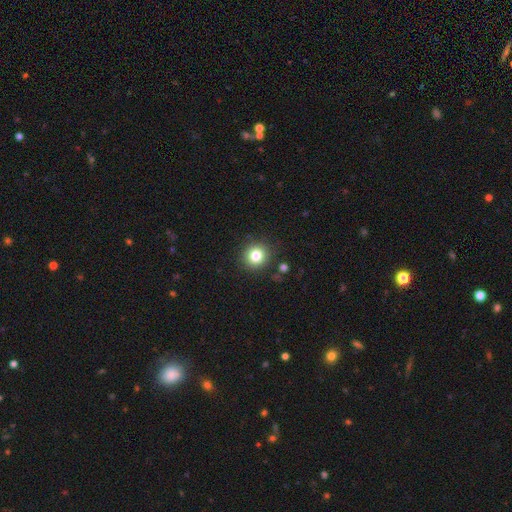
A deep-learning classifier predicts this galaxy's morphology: Q: Smooth or featured?
A: smooth (81%); runner-up: star or artifact (12%)
Q: How rounded?
A: round (91%); runner-up: in between (8%)
Q: Merging?
A: none (87%); runner-up: minor disturbance (8%)